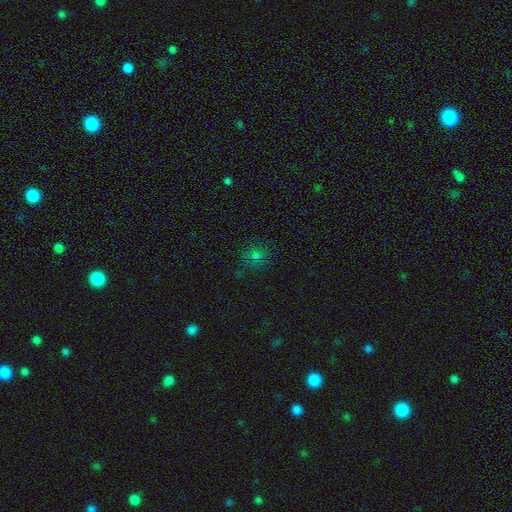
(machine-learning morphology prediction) Q: Smooth or featured?
A: smooth (55%); runner-up: star or artifact (33%)
Q: How rounded?
A: round (78%); runner-up: in between (21%)
Q: Merging?
A: none (72%); runner-up: minor disturbance (16%)